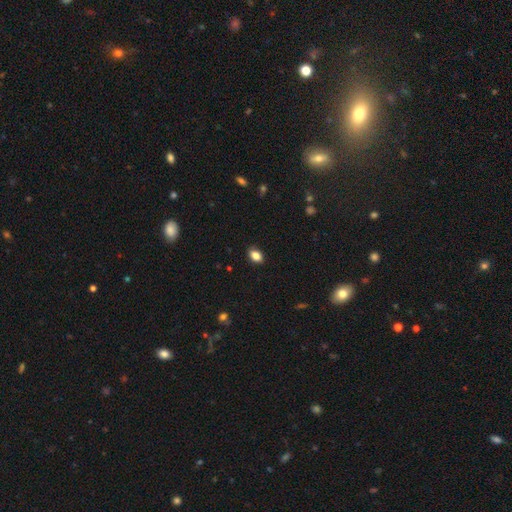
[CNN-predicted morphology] Smooth or featured?
  - smooth: 85% *
  - star or artifact: 9%
  - featured or disk: 6%
How rounded?
  - in between: 83% *
  - round: 15%
  - cigar-shaped: 2%
Merging?
  - none: 86% *
  - minor disturbance: 11%
  - major disturbance: 2%
  - merger: 1%